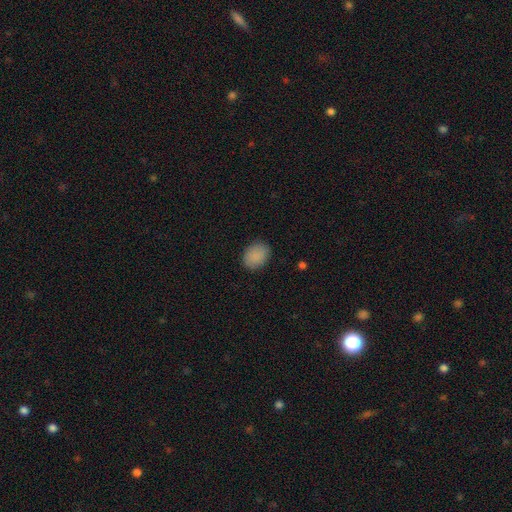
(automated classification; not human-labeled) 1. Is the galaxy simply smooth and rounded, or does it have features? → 89% smooth, 8% star or artifact, 4% featured or disk.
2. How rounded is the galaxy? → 61% in between, 38% round, 1% cigar-shaped.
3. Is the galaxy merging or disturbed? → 86% none, 10% minor disturbance, 3% major disturbance, 1% merger.